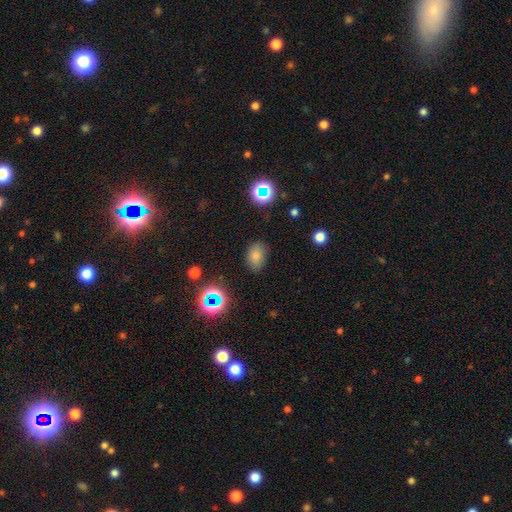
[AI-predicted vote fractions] Smooth or featured? Predicted: smooth (p=0.77). How rounded? Predicted: in between (p=0.82). Merging? Predicted: none (p=0.79).